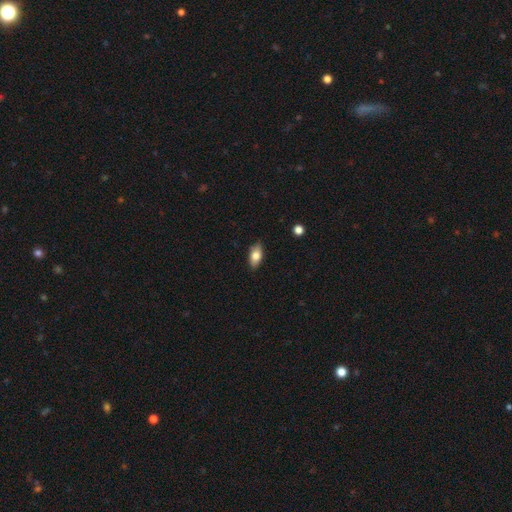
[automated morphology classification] Smooth or featured: smooth — 77% (featured or disk — 16%)
How rounded: in between — 89% (cigar-shaped — 6%)
Merging: none — 86% (minor disturbance — 11%)